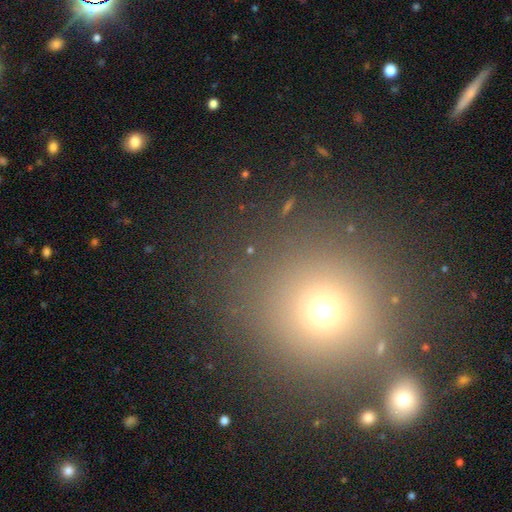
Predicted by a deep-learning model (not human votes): smooth_or_featured: smooth (p=0.59) [alt: star or artifact p=0.32]
how_rounded: round (p=0.92) [alt: in between p=0.07]
merging: none (p=0.83) [alt: minor disturbance p=0.07]